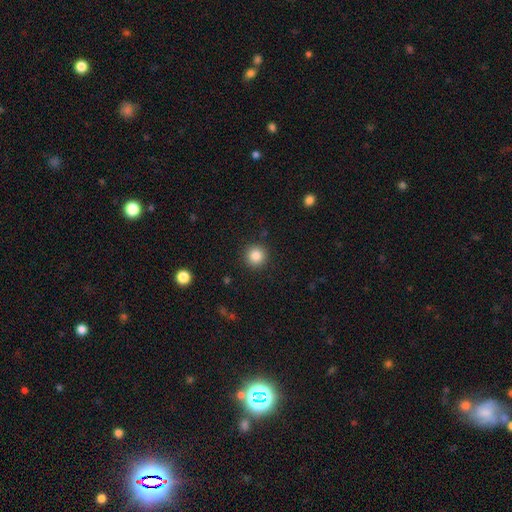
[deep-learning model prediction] Overall: smooth (85%). How rounded: round (94%). Merging: none (91%).